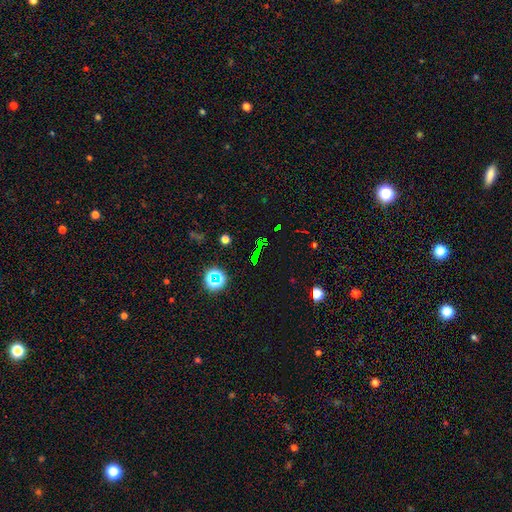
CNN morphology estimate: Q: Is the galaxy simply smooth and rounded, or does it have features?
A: star or artifact — 69%.